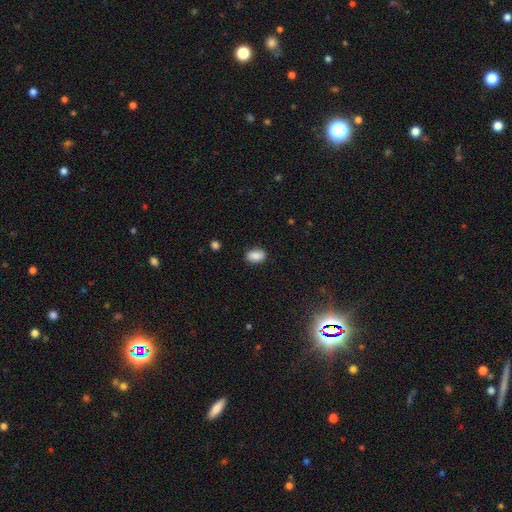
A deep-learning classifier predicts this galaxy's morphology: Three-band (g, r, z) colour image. It shows a smooth galaxy with no disk features (87%) that is in between round and cigar-shaped (88%). Merging: none (85%).